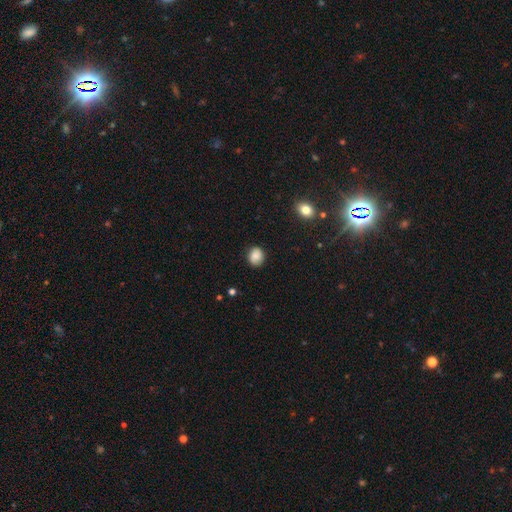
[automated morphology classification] Smooth or featured? Predicted: smooth (p=0.86). How rounded? Predicted: round (p=0.66). Merging? Predicted: none (p=0.85).